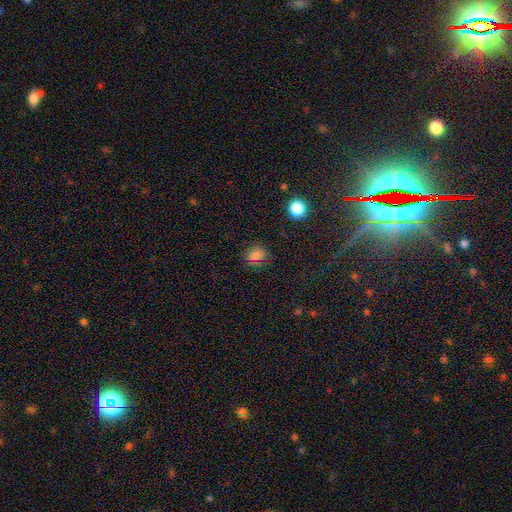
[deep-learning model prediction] smooth 74%, star or artifact 21%, featured or disk 5%. Down the decision tree: how rounded — round (80%); merging — none (84%).